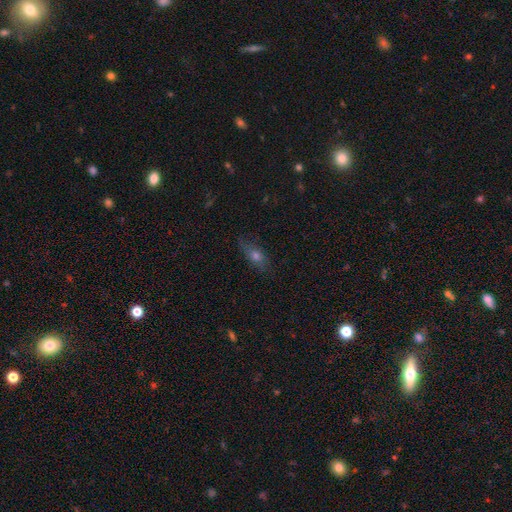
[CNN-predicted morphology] Smooth or featured: smooth — 54% (featured or disk — 28%)
How rounded: in between — 63% (cigar-shaped — 26%)
Merging: none — 76% (minor disturbance — 18%)